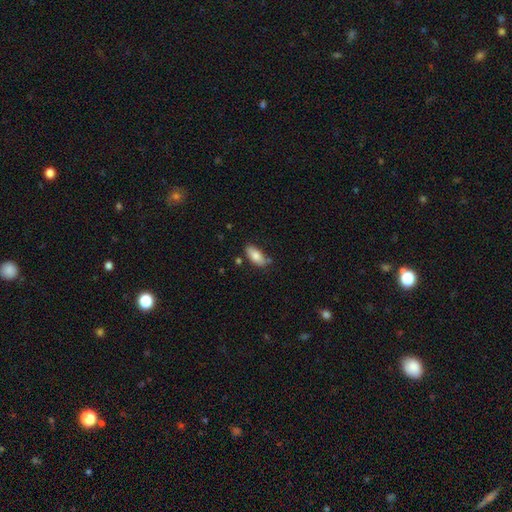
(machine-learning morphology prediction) Q: Smooth or featured?
A: smooth (81%); runner-up: featured or disk (13%)
Q: How rounded?
A: in between (85%); runner-up: cigar-shaped (13%)
Q: Merging?
A: none (77%); runner-up: minor disturbance (15%)